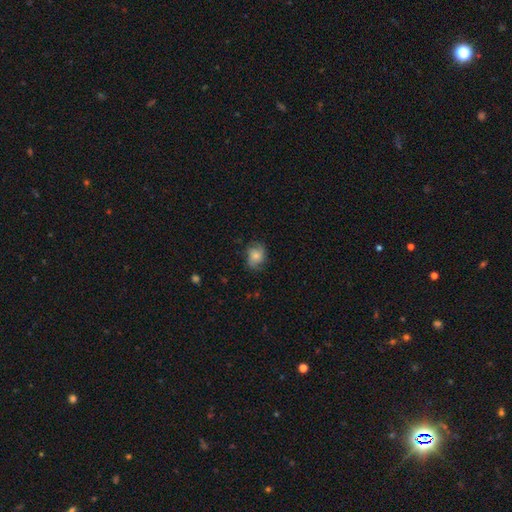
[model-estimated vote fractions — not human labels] The model was most divided on "how rounded": in between: 57%, round: 42%, cigar-shaped: 1%. More confident: merging — none (67%); smooth or featured — smooth (61%).